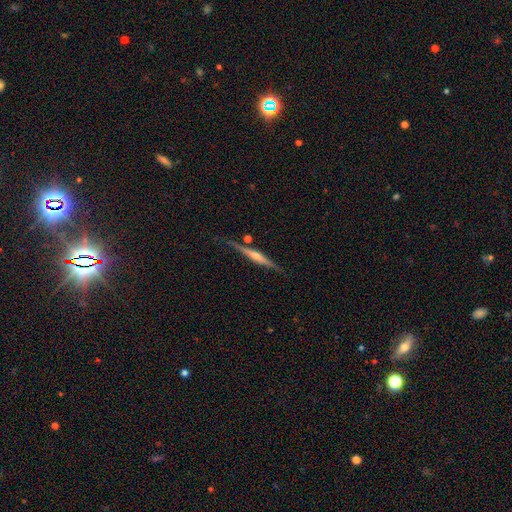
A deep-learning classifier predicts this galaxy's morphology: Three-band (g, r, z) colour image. It shows a featured or disk galaxy (78%) viewed edge-on (98%) with a rounded central bulge (78%). Merging: none (82%).